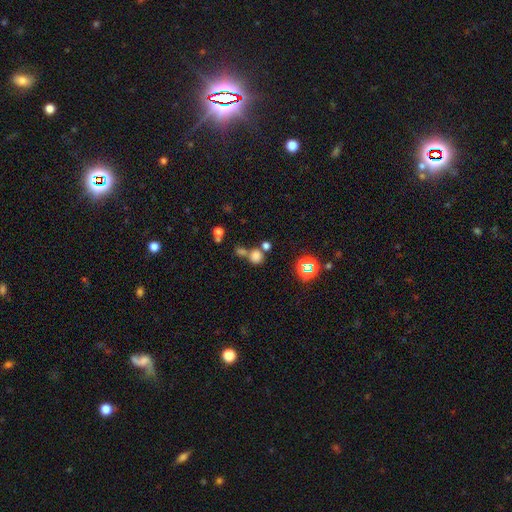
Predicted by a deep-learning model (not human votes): Smooth or featured: smooth — 71% (star or artifact — 21%)
How rounded: round — 85% (in between — 13%)
Merging: none — 51% (merger — 36%)